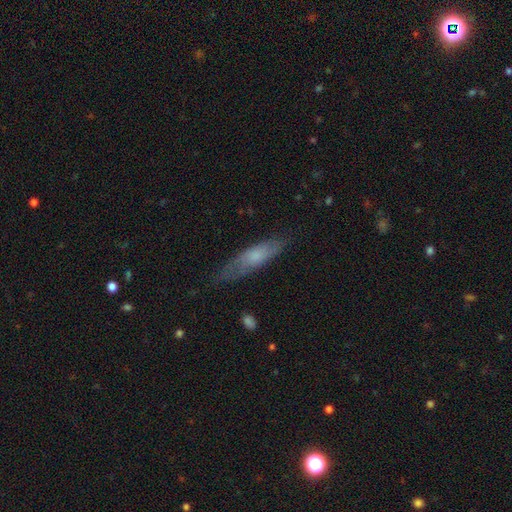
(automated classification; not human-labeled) Q: Smooth or featured?
A: smooth (59%); runner-up: featured or disk (35%)
Q: How rounded?
A: cigar-shaped (65%); runner-up: in between (33%)
Q: Merging?
A: none (67%); runner-up: minor disturbance (24%)